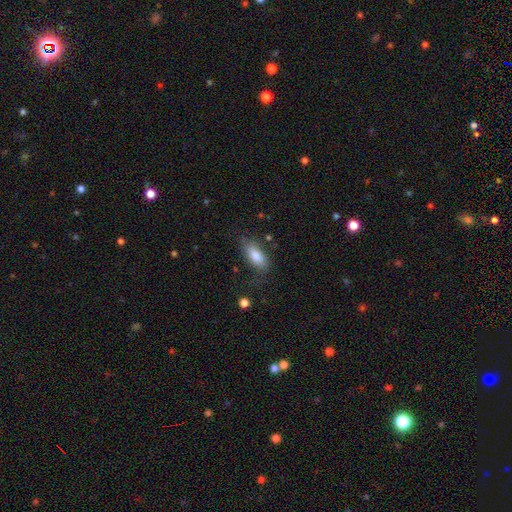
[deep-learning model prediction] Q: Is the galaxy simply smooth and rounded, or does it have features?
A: smooth — 81%.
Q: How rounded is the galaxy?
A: in between — 85%.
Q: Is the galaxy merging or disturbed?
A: none — 69%.